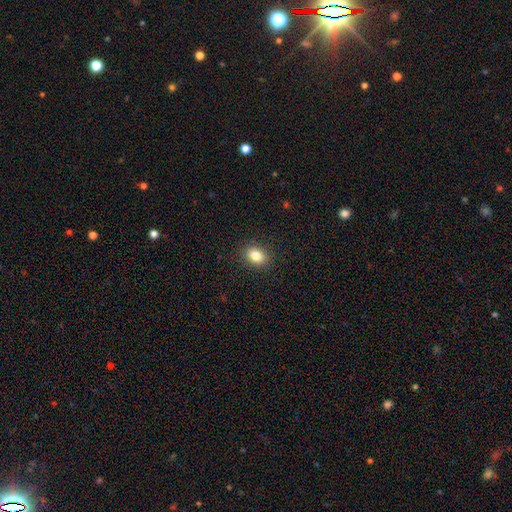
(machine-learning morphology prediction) smooth 84%, star or artifact 10%, featured or disk 6%. Down the decision tree: how rounded — in between (71%); merging — none (89%).